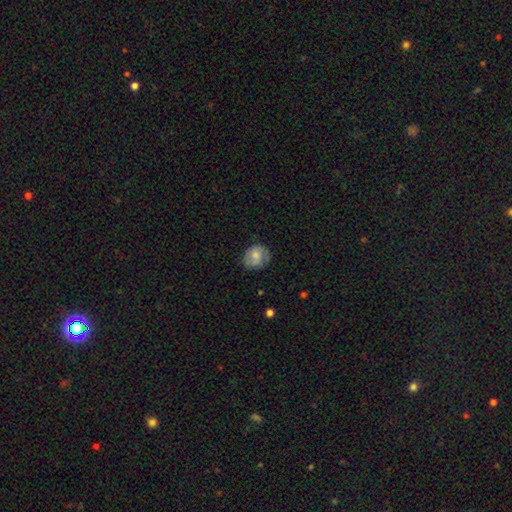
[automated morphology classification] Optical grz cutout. It shows a smooth galaxy with no disk features (68%) that is round (62%). Merging: none (71%).